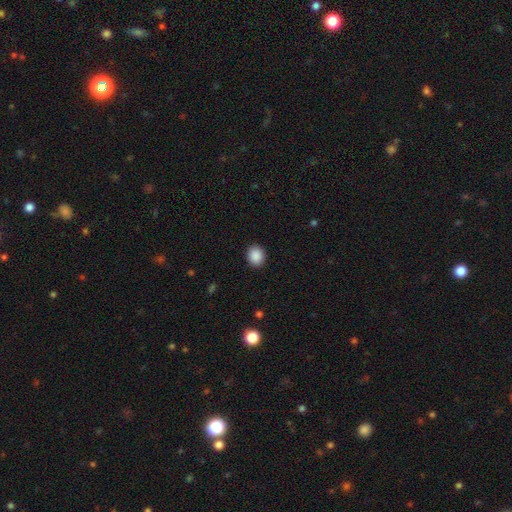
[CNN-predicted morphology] This appears to be a smooth galaxy with no disk features (89%) that is round (68%). Merging: none (91%).